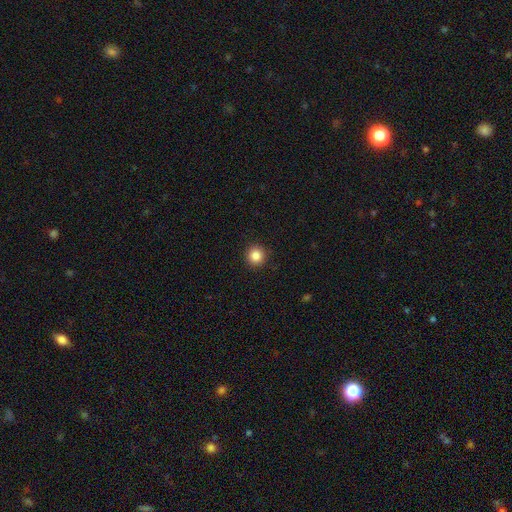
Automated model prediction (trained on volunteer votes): A smooth galaxy with no disk features (86%) that is round (95%). Merging: none (93%).